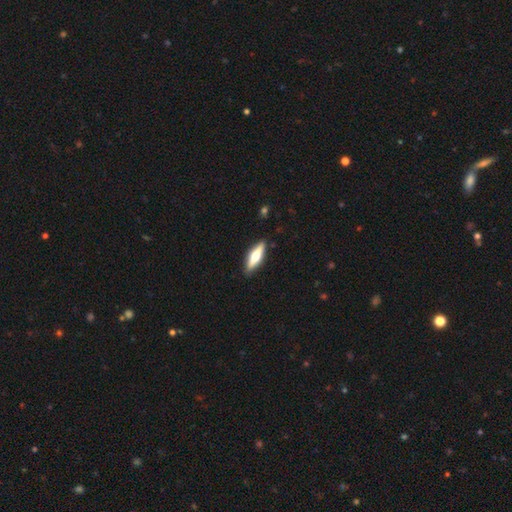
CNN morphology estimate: A featured or disk galaxy (48%).

Vote fractions:
- Smooth or featured? featured or disk: 48% / smooth: 46% / star or artifact: 5%
- Merging? none: 89% / minor disturbance: 8% / major disturbance: 2% / merger: 1%